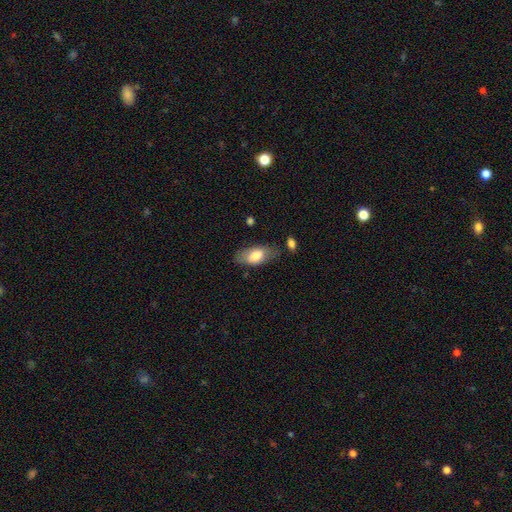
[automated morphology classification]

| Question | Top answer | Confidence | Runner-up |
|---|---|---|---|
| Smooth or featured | smooth | 73% | featured or disk (21%) |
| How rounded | in between | 90% | cigar-shaped (7%) |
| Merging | none | 72% | minor disturbance (18%) |